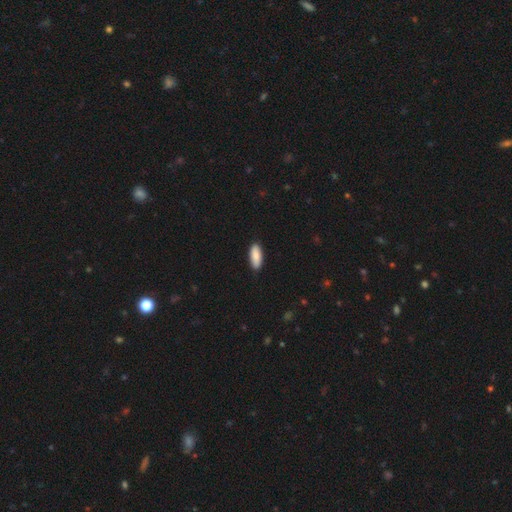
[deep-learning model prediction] The model was most divided on "how rounded": in between: 77%, cigar-shaped: 21%, round: 2%. More confident: merging — none (89%); smooth or featured — smooth (87%).